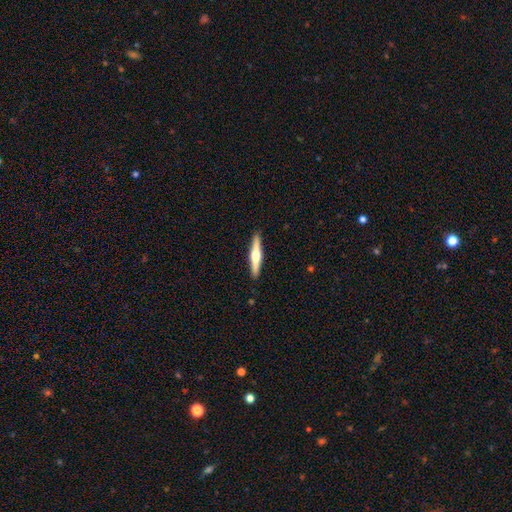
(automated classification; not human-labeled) smooth-or-featured: featured or disk: 68% | smooth: 27% | star or artifact: 5%
  disk-edge-on: yes: 98% | no: 2%
    edge-on-bulge: rounded: 94% | boxy: 3% | none: 2%
  merging: none: 92% | minor disturbance: 6% | major disturbance: 1% | merger: 1%